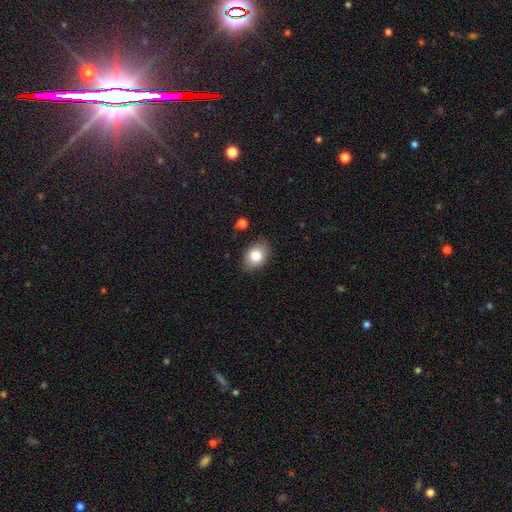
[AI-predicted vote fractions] smooth_or_featured: smooth (p=0.82) [alt: featured or disk p=0.10]
how_rounded: in between (p=0.76) [alt: round p=0.23]
merging: none (p=0.83) [alt: minor disturbance p=0.12]